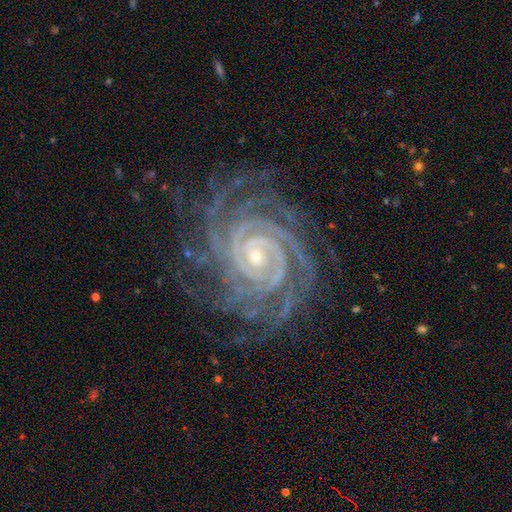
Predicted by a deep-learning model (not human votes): This appears to be a featured or disk galaxy (93%) with no bar (56%), 4 (22%, tied with more than 4) tight (88%) spiral arms (99%) and a small central bulge (75%). Merging: none (79%).